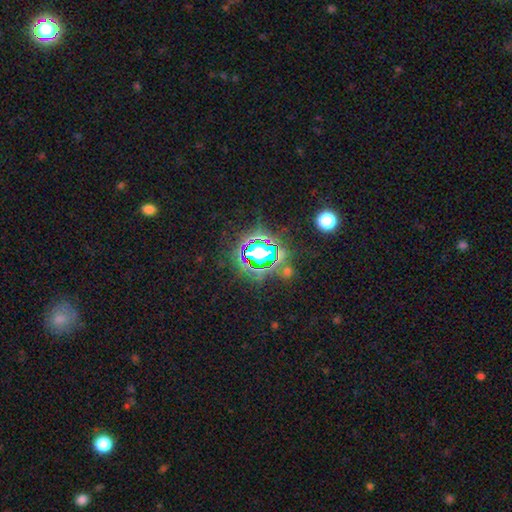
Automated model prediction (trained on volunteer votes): Smooth or featured?
  - star or artifact: 71% *
  - smooth: 17%
  - featured or disk: 12%